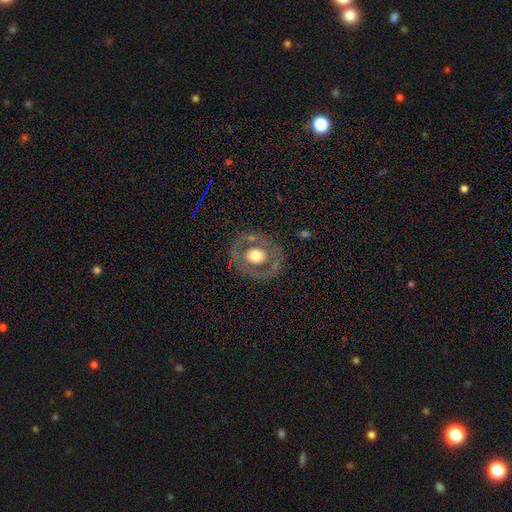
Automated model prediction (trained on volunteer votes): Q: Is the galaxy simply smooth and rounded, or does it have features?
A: featured or disk — 49%.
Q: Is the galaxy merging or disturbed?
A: none — 77%.